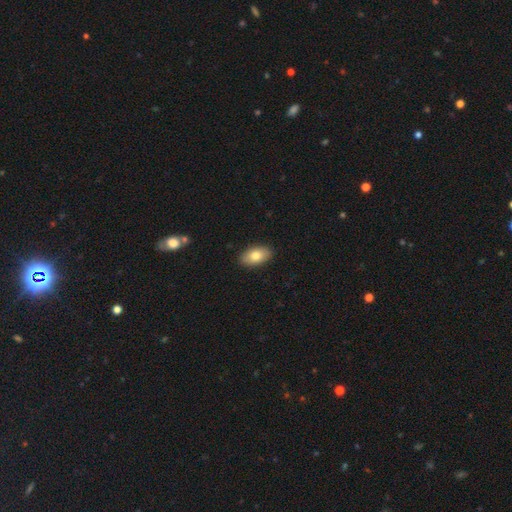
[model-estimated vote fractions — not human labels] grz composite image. It shows a smooth galaxy with no disk features (79%) that is in between round and cigar-shaped (93%). Merging: none (90%).